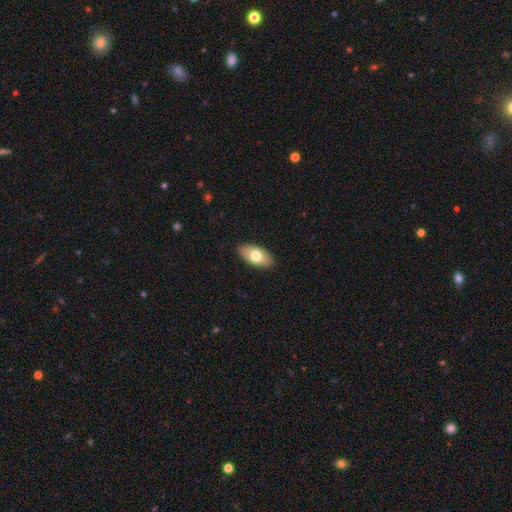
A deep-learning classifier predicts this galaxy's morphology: type=smooth (71%); roundness=in between (93%); merging=none (89%).